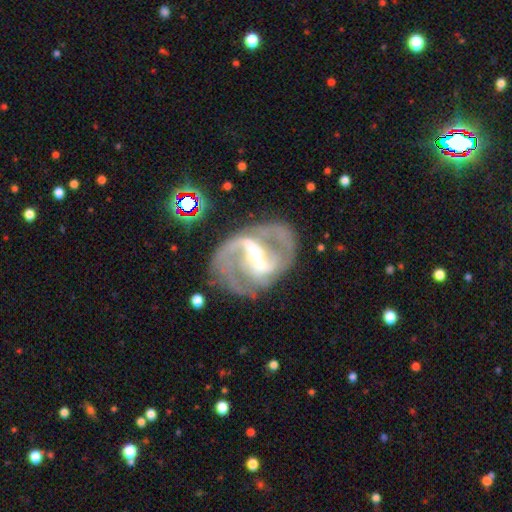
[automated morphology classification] Smooth or featured: featured or disk — 88% (star or artifact — 6%)
Edge-on disk: no — 97% (yes — 3%)
Bar: strong — 50% (weak — 32%)
Spiral arms: yes — 93% (no — 7%)
Spiral winding: medium — 54% (loose — 28%)
Spiral arm count: 2 — 88% (can't tell — 4%)
Bulge size: small — 60% (moderate — 30%)
Merging: none — 61% (minor disturbance — 16%)